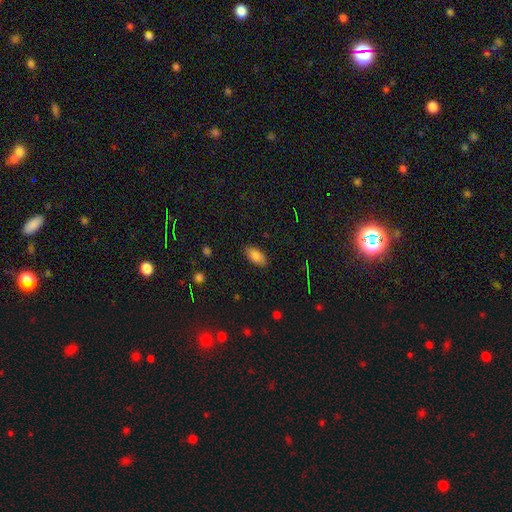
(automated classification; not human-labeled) The model was most divided on "smooth or featured": smooth: 80%, featured or disk: 10%, star or artifact: 10%. More confident: how rounded — in between (91%); merging — none (85%).